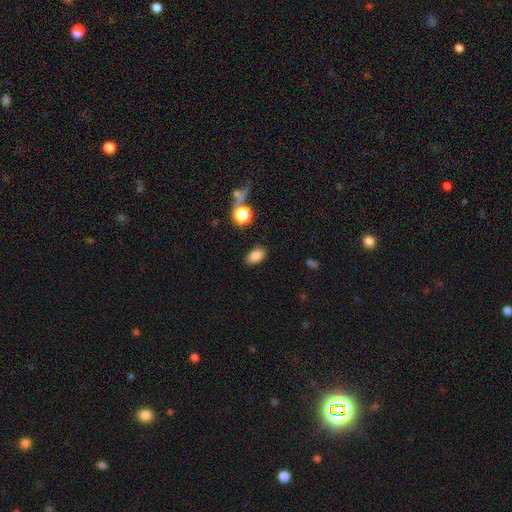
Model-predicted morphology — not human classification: A smooth galaxy with no disk features (83%) that is in between round and cigar-shaped (89%). Merging: none (85%).